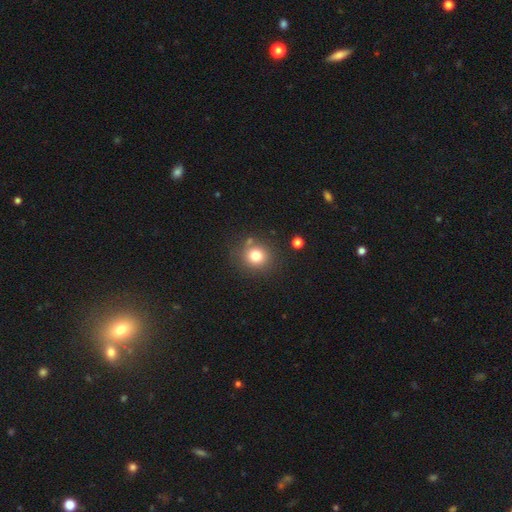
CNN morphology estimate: smooth 78%, star or artifact 13%, featured or disk 9%. Down the decision tree: how rounded — round (86%); merging — none (80%).